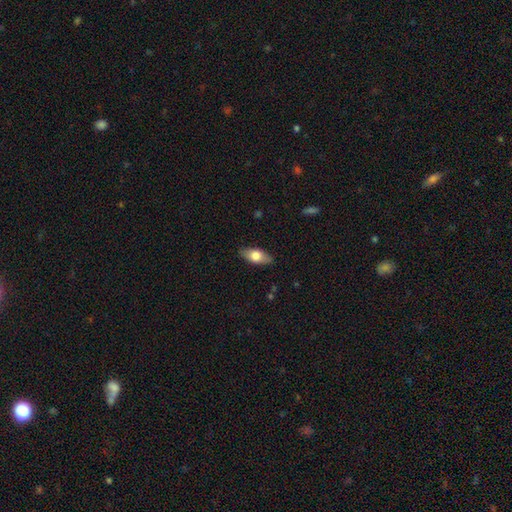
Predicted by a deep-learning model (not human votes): This is likely a smooth galaxy (70%). How rounded: clearly in between (86%). Merging: clearly none (86%).